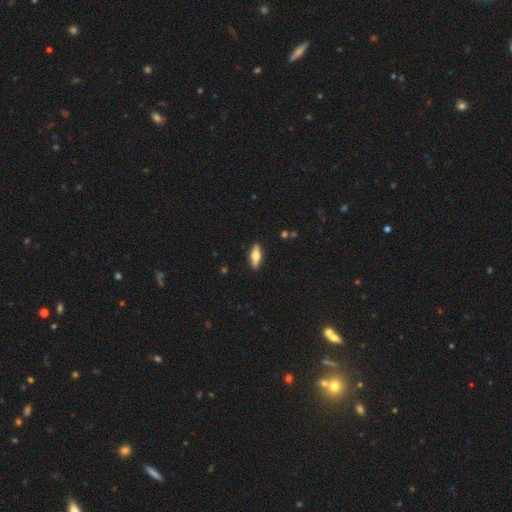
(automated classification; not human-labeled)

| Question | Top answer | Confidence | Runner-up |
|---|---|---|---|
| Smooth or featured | smooth | 57% | featured or disk (36%) |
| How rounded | in between | 63% | cigar-shaped (34%) |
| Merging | none | 88% | minor disturbance (9%) |